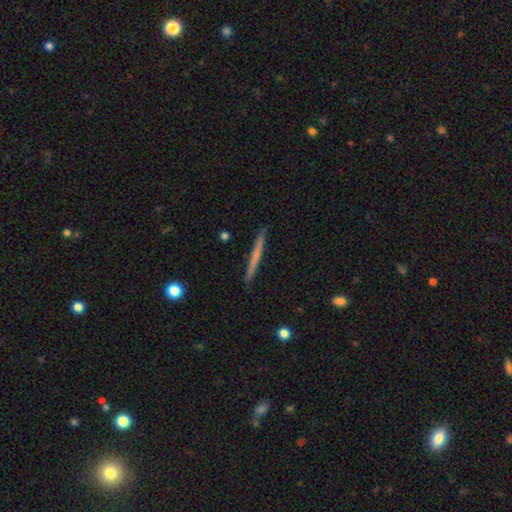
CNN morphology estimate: Smooth or featured?
  - smooth: 51% *
  - featured or disk: 43%
  - star or artifact: 6%
How rounded?
  - cigar-shaped: 97% *
  - in between: 2%
  - round: 2%
Merging?
  - none: 91% *
  - minor disturbance: 6%
  - major disturbance: 1%
  - merger: 1%